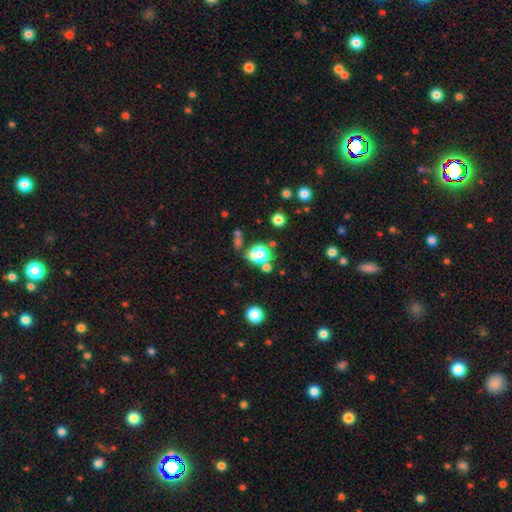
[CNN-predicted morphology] Q: Smooth or featured?
A: smooth (76%); runner-up: star or artifact (16%)
Q: How rounded?
A: round (50%); runner-up: in between (48%)
Q: Merging?
A: none (56%); runner-up: merger (21%)